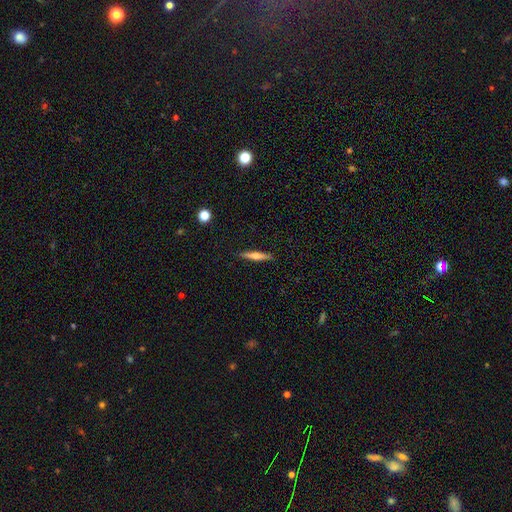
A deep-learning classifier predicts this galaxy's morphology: A featured or disk galaxy (49%).

Vote fractions:
- Smooth or featured? featured or disk: 49% / smooth: 45% / star or artifact: 6%
- Merging? none: 90% / minor disturbance: 7% / major disturbance: 2% / merger: 1%